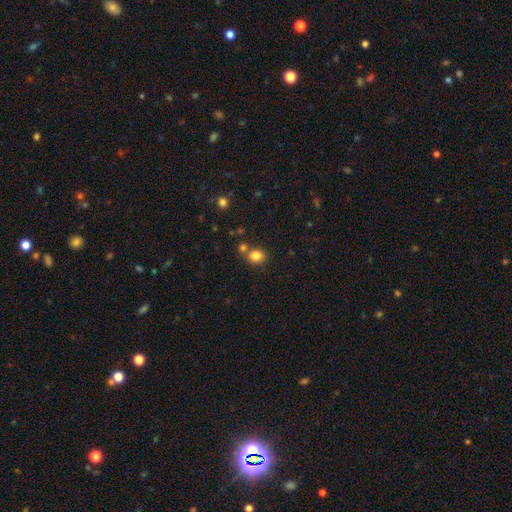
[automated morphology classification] The model was most divided on "how rounded": round: 56%, in between: 43%, cigar-shaped: 1%. More confident: smooth or featured — smooth (83%); merging — none (65%).